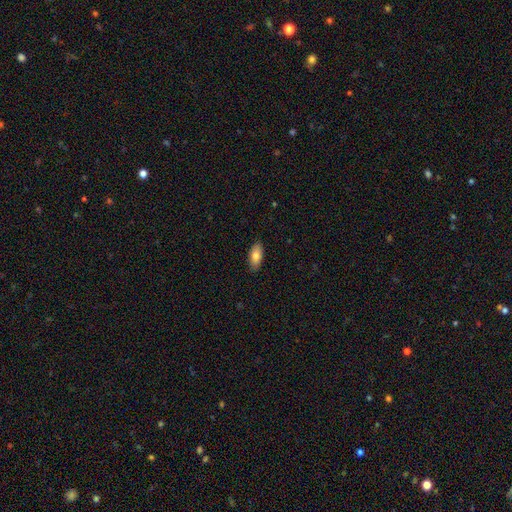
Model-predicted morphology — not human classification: This appears to be a smooth galaxy with no disk features (79%) that is in between round and cigar-shaped (88%). Merging: none (88%).